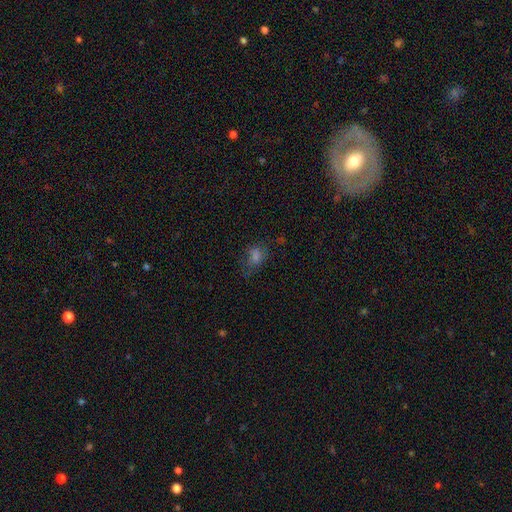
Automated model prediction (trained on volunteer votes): Overall: smooth (58%; star or artifact 28%). How rounded: in between (72%). Merging: none (55%; minor disturbance 24%).